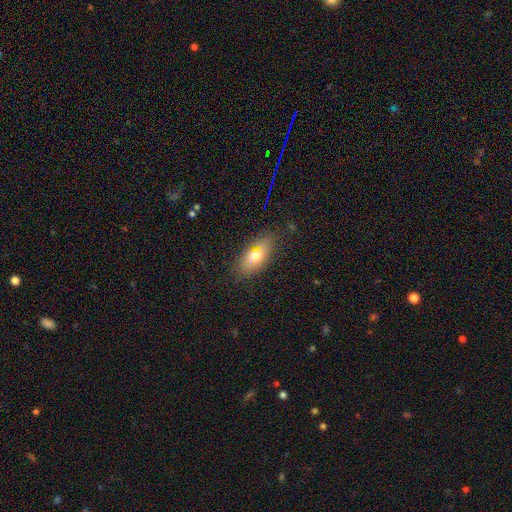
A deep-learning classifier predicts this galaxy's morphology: smooth_or_featured: smooth (p=0.65) [alt: featured or disk p=0.25]
how_rounded: in between (p=0.85) [alt: cigar-shaped p=0.09]
merging: none (p=0.75) [alt: minor disturbance p=0.18]